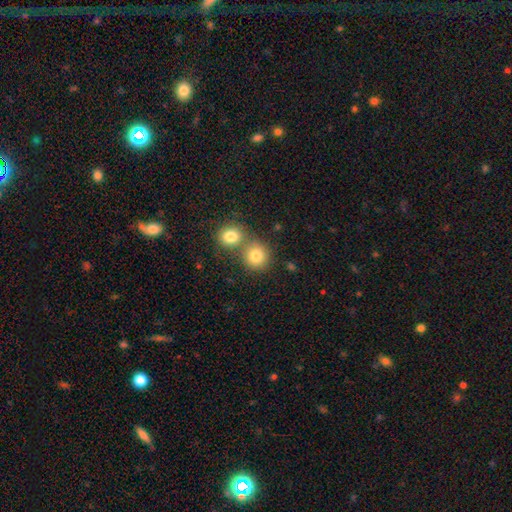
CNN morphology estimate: This is clearly a smooth galaxy (80%). How rounded: clearly round (88%). Merging: possibly none (55%).